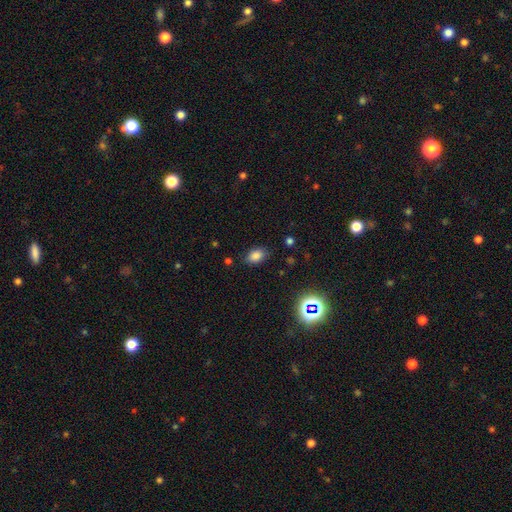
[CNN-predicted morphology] smooth_or_featured: smooth (p=0.81) [alt: star or artifact p=0.13]
how_rounded: in between (p=0.84) [alt: round p=0.14]
merging: none (p=0.83) [alt: minor disturbance p=0.12]